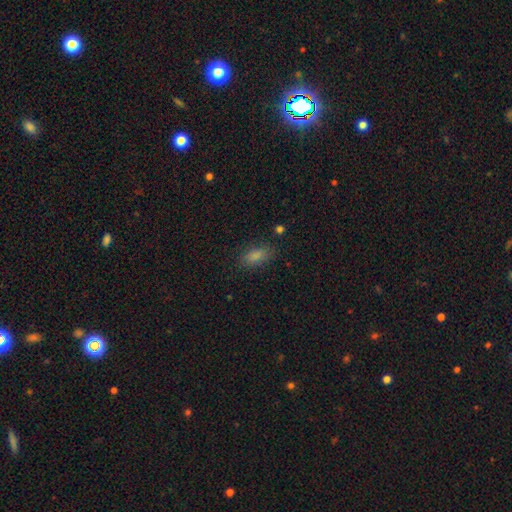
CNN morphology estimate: smooth_or_featured: smooth (p=0.84) [alt: star or artifact p=0.11]
how_rounded: in between (p=0.86) [alt: cigar-shaped p=0.10]
merging: none (p=0.81) [alt: minor disturbance p=0.13]